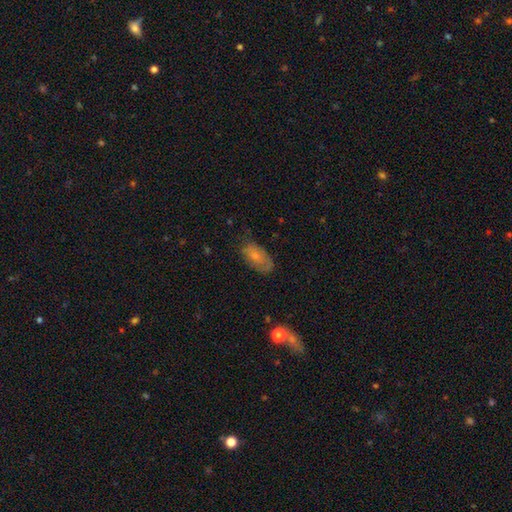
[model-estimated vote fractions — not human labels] Q: Smooth or featured?
A: smooth (65%); runner-up: featured or disk (27%)
Q: How rounded?
A: in between (92%); runner-up: round (5%)
Q: Merging?
A: none (62%); runner-up: minor disturbance (27%)